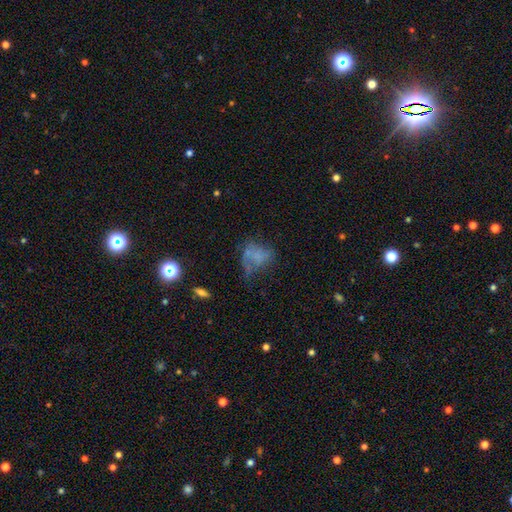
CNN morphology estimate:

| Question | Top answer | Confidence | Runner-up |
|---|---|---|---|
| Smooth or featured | smooth | 45% | featured or disk (38%) |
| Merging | major disturbance | 37% | none (31%) |